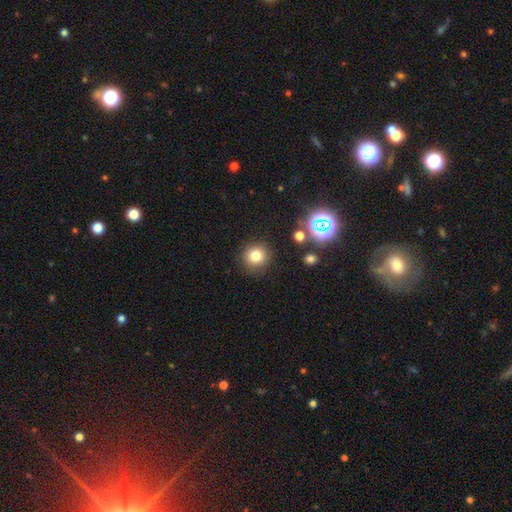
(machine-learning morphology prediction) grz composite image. It shows a smooth galaxy with no disk features (78%) that is round (92%). Merging: none (87%).